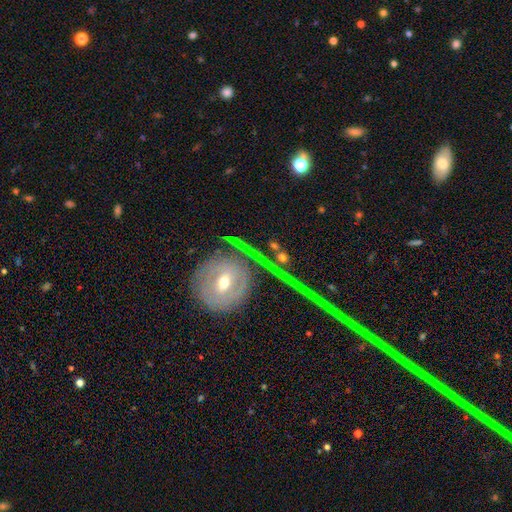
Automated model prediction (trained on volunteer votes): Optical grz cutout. It shows a featured or disk galaxy (57%) with no bar (47%), spiral arms (55%) and a moderate central bulge (69%). Merging: none (80%).